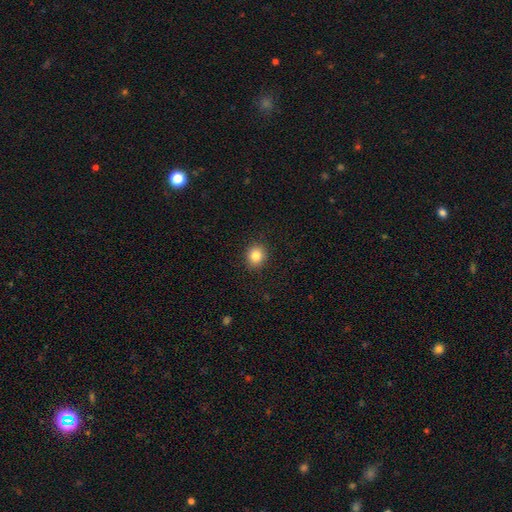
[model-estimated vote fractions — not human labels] Smooth or featured: smooth — 85% (star or artifact — 10%)
How rounded: round — 84% (in between — 15%)
Merging: none — 90% (minor disturbance — 6%)